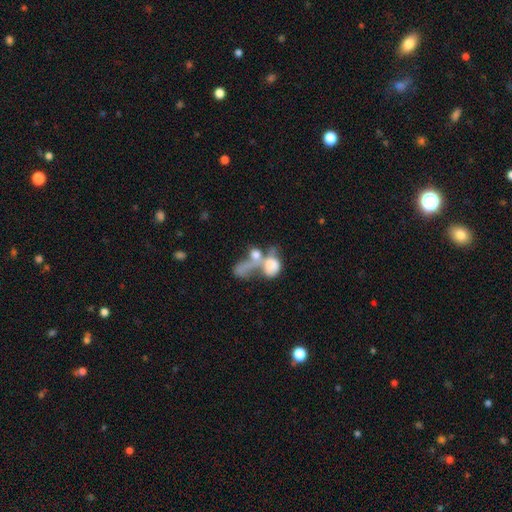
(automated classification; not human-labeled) A smooth galaxy with no disk features (59%) that is in between round and cigar-shaped (61%).

Vote fractions:
- Smooth or featured? smooth: 59% / featured or disk: 30% / star or artifact: 11%
- How rounded? in between: 61% / round: 34% / cigar-shaped: 5%
- Merging? merger: 67% / major disturbance: 18% / none: 10% / minor disturbance: 5%